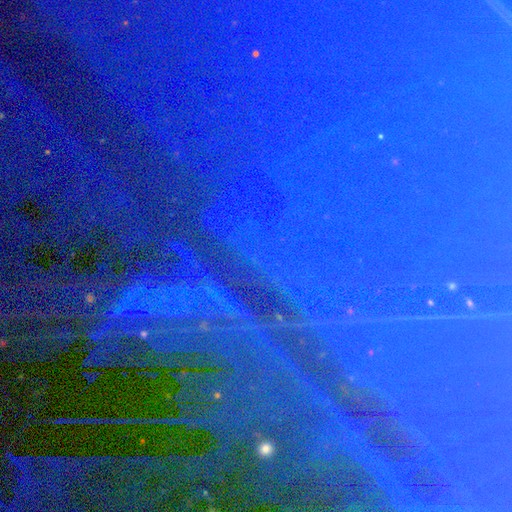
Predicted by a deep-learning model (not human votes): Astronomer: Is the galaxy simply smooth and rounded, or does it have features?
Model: star or artifact — 86%.